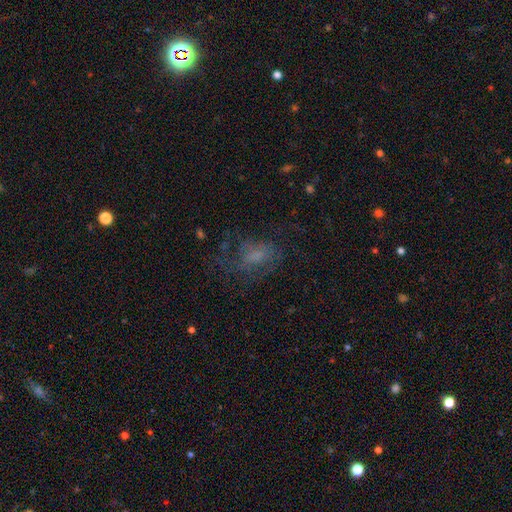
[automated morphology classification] The model was most divided on "smooth or featured": smooth: 43%, featured or disk: 39%, star or artifact: 18%. Remaining: merging — none (49%).